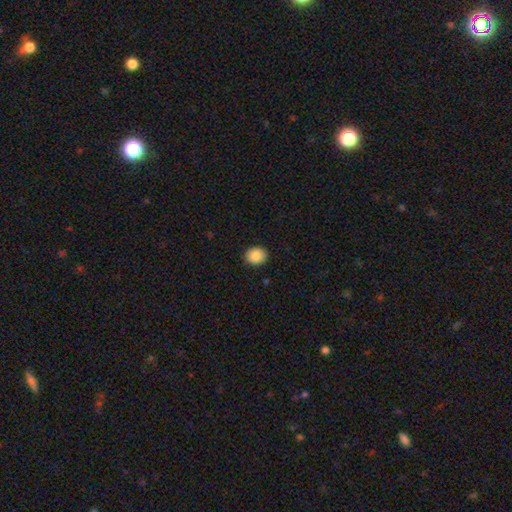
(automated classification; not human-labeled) Smooth or featured: smooth — 89% (star or artifact — 8%)
How rounded: round — 65% (in between — 34%)
Merging: none — 91% (minor disturbance — 7%)